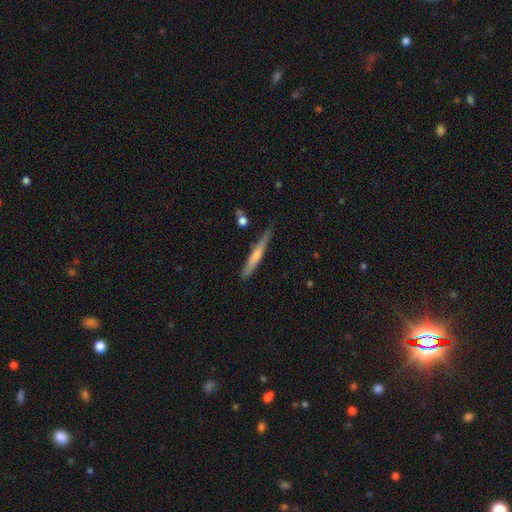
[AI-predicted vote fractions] Overall: smooth (52%; featured or disk 42%). How rounded: cigar-shaped (94%). Merging: none (79%).